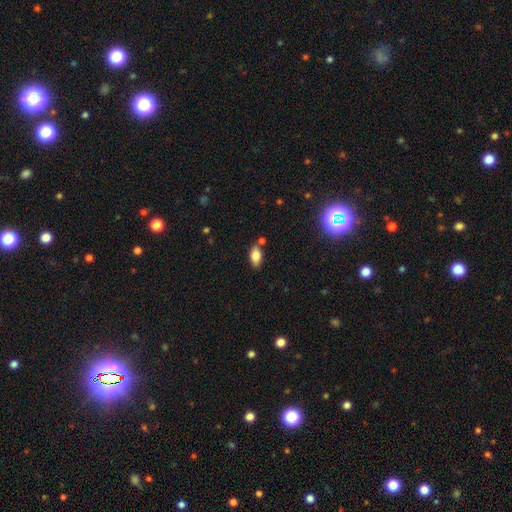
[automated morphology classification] A smooth galaxy with no disk features (80%) that is in between round and cigar-shaped (91%). Merging: none (72%).